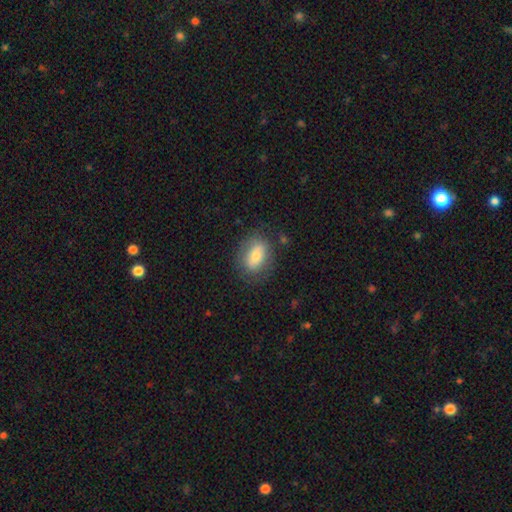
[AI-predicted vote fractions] Morphology: type=smooth (74%); roundness=in between (83%); merging=none (77%).